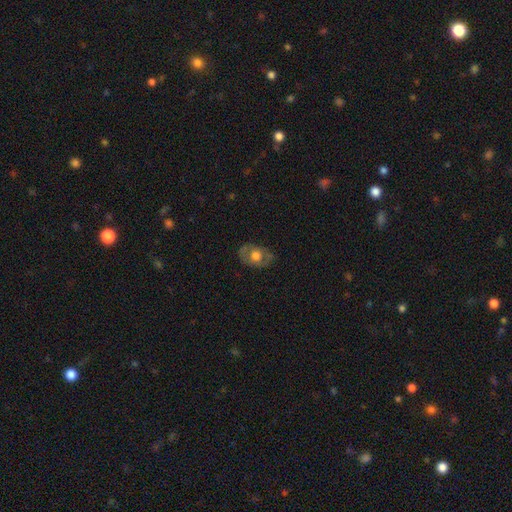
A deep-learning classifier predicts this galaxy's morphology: Q: Smooth or featured?
A: smooth (50%); runner-up: featured or disk (42%)
Q: How rounded?
A: in between (68%); runner-up: round (30%)
Q: Merging?
A: none (76%); runner-up: minor disturbance (17%)